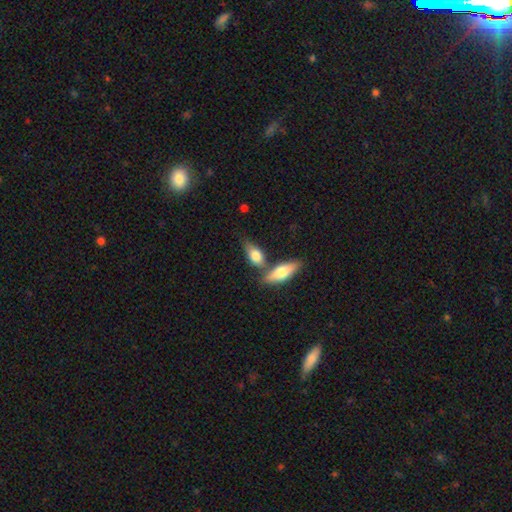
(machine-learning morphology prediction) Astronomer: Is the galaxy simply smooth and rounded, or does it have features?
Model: smooth — 72%.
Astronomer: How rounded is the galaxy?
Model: in between — 78%.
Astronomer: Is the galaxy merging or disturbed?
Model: none — 47% (runner-up: merger, 35%).